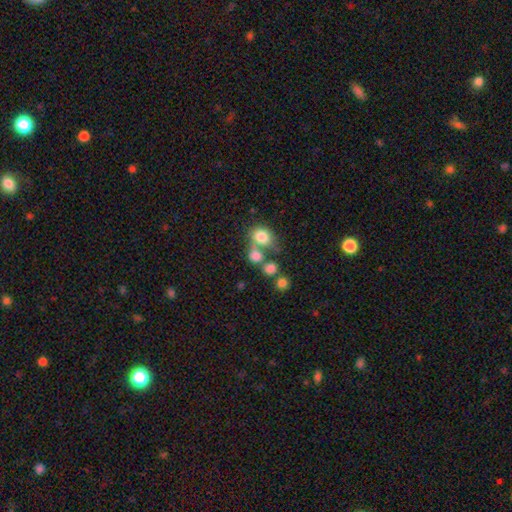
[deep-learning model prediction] smooth 76%, star or artifact 13%, featured or disk 11%. Down the decision tree: how rounded — round (65%); merging — merger (43%).